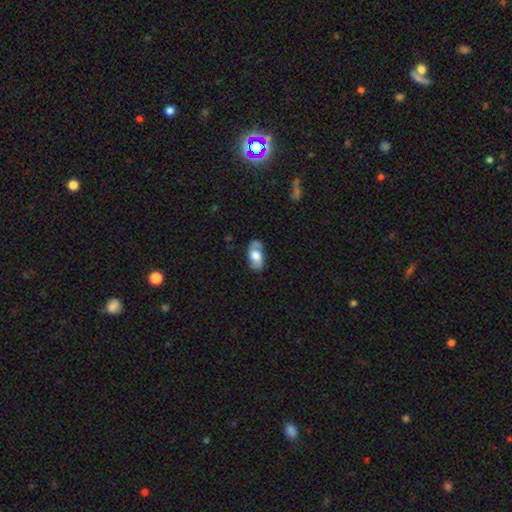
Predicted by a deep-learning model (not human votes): Smooth or featured? smooth (63%)
How rounded? in between (92%)
Merging? none (59%)